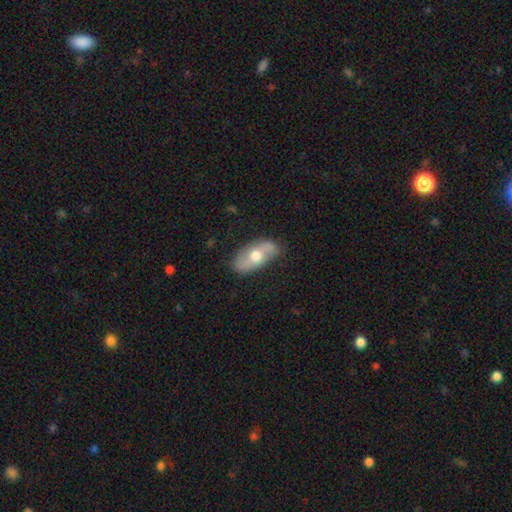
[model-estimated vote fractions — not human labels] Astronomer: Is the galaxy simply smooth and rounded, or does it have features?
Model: smooth — 49% (runner-up: featured or disk, 45%).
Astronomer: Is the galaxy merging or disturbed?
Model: none — 78%.